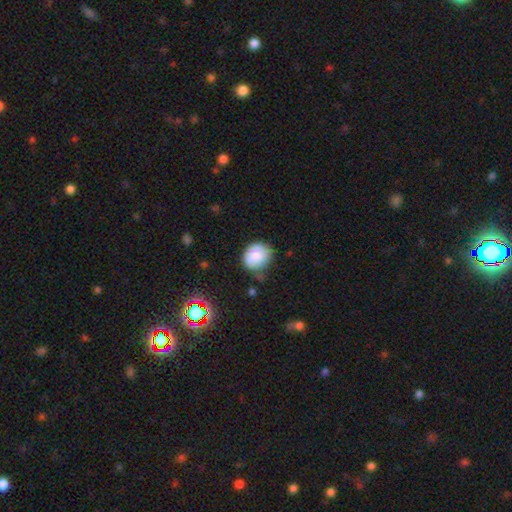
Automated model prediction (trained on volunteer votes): Smooth or featured?
  - smooth: 82% *
  - featured or disk: 10%
  - star or artifact: 9%
How rounded?
  - round: 63% *
  - in between: 36%
  - cigar-shaped: 1%
Merging?
  - none: 64% *
  - minor disturbance: 26%
  - major disturbance: 6%
  - merger: 4%